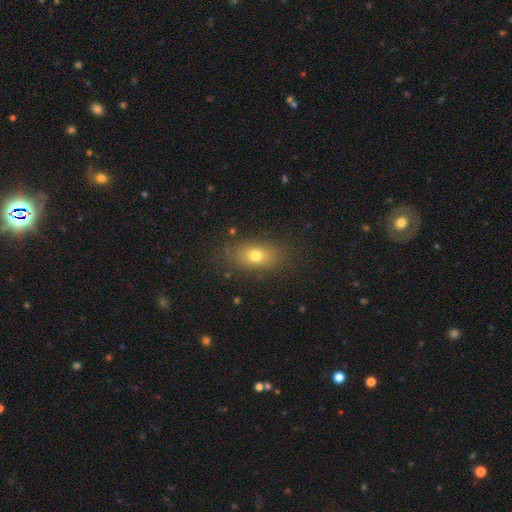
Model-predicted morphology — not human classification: type=smooth (73%); roundness=in between (78%); merging=none (81%).